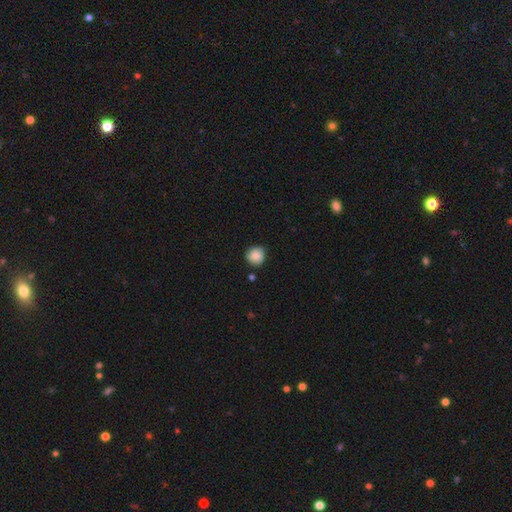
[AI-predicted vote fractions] A smooth galaxy with no disk features (87%) that is round (91%). Merging: none (81%).